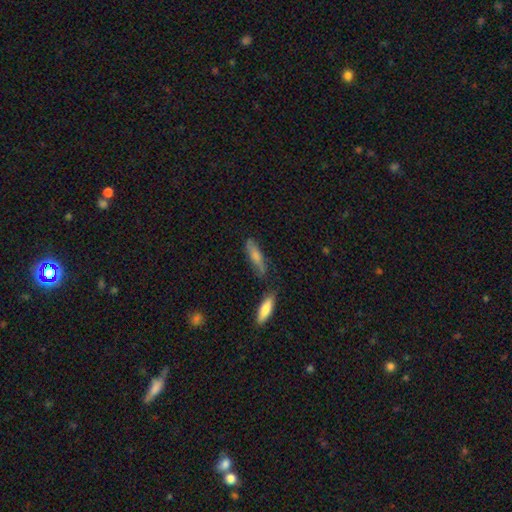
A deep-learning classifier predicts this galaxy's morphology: A smooth galaxy with no disk features (56%) that is cigar-shaped (73%).

Vote fractions:
- Smooth or featured? smooth: 56% / featured or disk: 35% / star or artifact: 9%
- How rounded? cigar-shaped: 73% / in between: 25% / round: 2%
- Merging? none: 72% / minor disturbance: 17% / merger: 6% / major disturbance: 4%